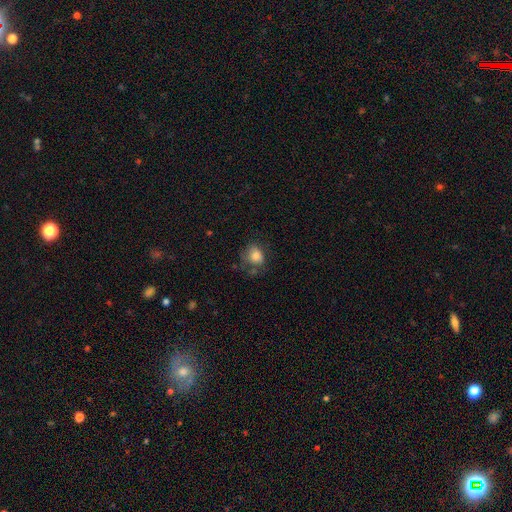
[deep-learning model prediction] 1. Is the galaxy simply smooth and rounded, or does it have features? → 76% smooth, 15% featured or disk, 9% star or artifact.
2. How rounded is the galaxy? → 52% round, 47% in between, 1% cigar-shaped.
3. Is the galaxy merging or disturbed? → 50% none, 28% minor disturbance, 18% major disturbance, 5% merger.